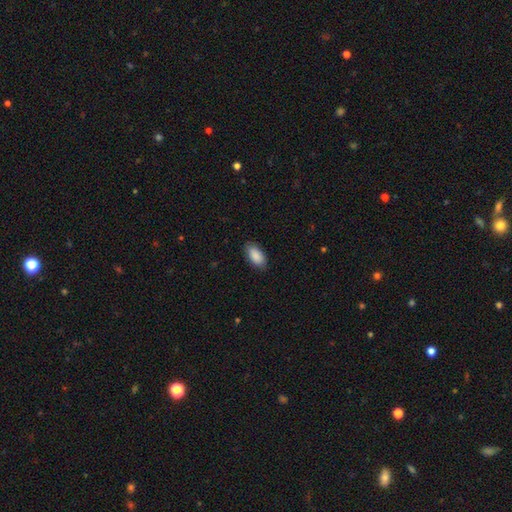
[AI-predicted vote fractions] A smooth galaxy with no disk features (90%) that is in between round and cigar-shaped (94%).

Vote fractions:
- Smooth or featured? smooth: 90% / star or artifact: 6% / featured or disk: 4%
- How rounded? in between: 94% / cigar-shaped: 3% / round: 2%
- Merging? none: 86% / minor disturbance: 11% / major disturbance: 2% / merger: 1%